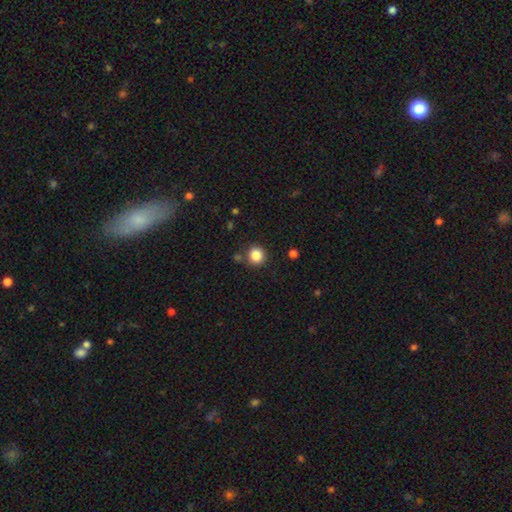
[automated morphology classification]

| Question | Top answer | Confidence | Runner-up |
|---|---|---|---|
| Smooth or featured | smooth | 86% | star or artifact (10%) |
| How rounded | round | 91% | in between (8%) |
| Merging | none | 82% | minor disturbance (9%) |